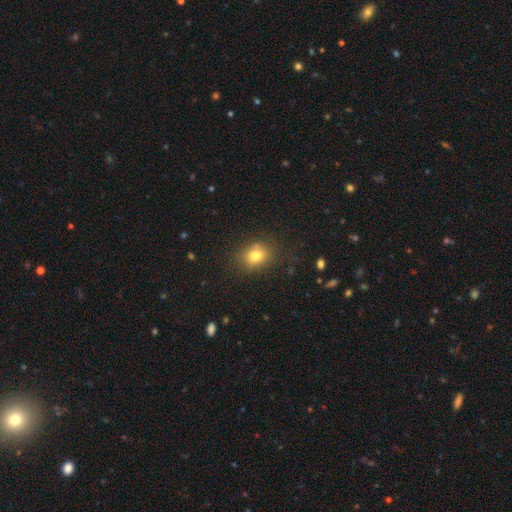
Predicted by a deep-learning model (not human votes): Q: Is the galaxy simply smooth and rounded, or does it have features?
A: smooth — 77%.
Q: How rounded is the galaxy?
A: round — 52%.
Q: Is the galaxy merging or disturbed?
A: none — 74%.